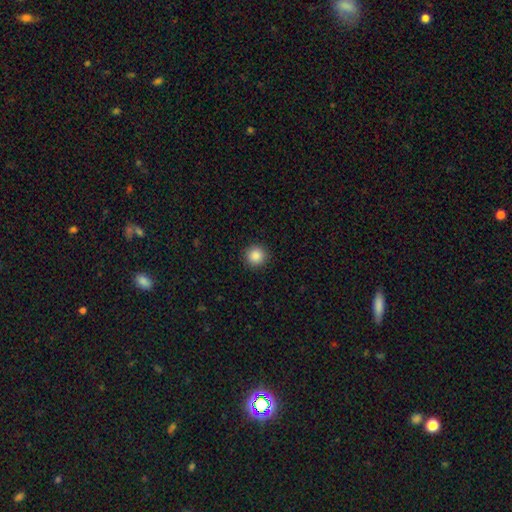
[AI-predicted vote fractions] smooth-or-featured: smooth: 87% | star or artifact: 10% | featured or disk: 3%
  how-rounded: round: 95% | in between: 4% | cigar-shaped: 1%
  merging: none: 92% | minor disturbance: 5% | major disturbance: 2% | merger: 1%